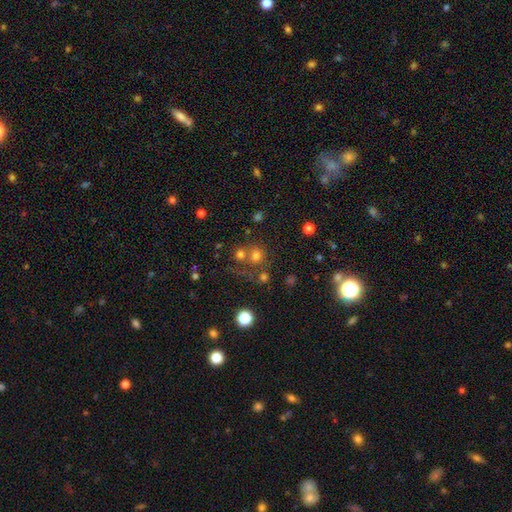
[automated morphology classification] Smooth or featured?
  - smooth: 68% *
  - star or artifact: 22%
  - featured or disk: 11%
How rounded?
  - round: 83% *
  - in between: 16%
  - cigar-shaped: 1%
Merging?
  - none: 53% *
  - merger: 33%
  - minor disturbance: 8%
  - major disturbance: 6%